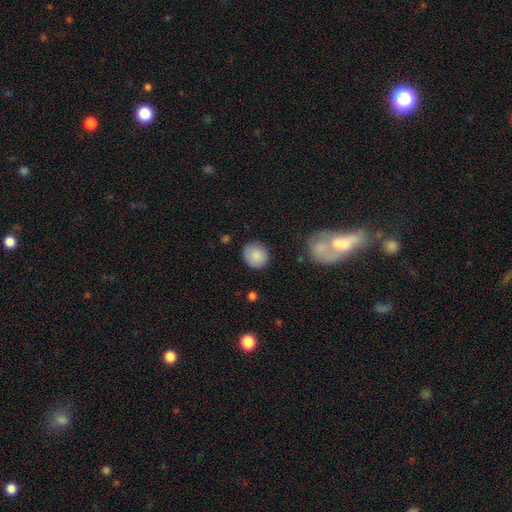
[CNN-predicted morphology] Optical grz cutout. It shows a smooth galaxy with no disk features (86%) that is round (85%). Merging: none (84%).